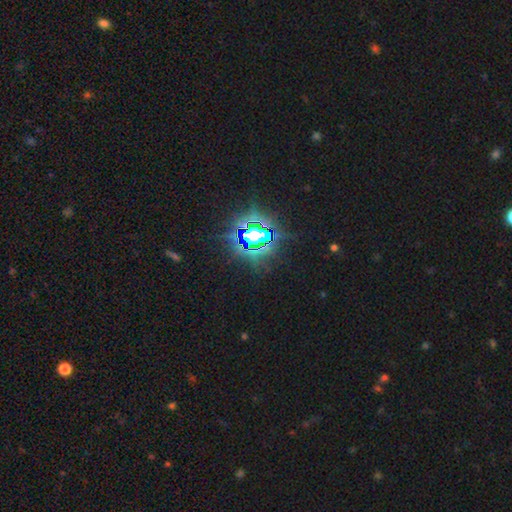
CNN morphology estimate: Smooth or featured? star or artifact (84%)